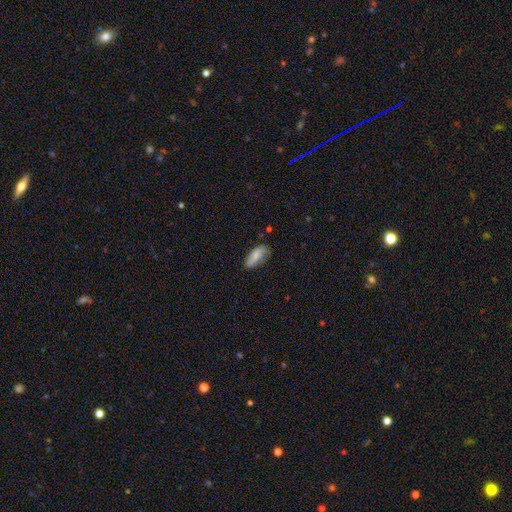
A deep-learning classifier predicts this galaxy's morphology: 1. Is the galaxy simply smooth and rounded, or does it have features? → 69% smooth, 24% featured or disk, 7% star or artifact.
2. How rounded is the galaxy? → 85% in between, 12% cigar-shaped, 3% round.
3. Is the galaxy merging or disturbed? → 61% none, 29% minor disturbance, 7% major disturbance, 2% merger.